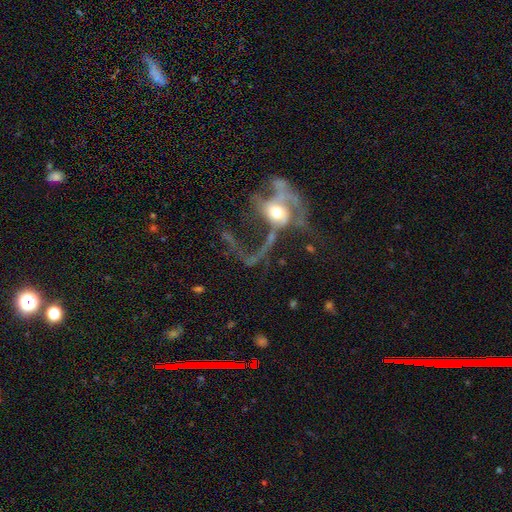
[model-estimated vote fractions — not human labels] smooth-or-featured: featured or disk: 76% | smooth: 13% | star or artifact: 11%
  disk-edge-on: no: 94% | yes: 6%
    bar: no: 62% | weak: 24% | strong: 13%
    has-spiral-arms: yes: 76% | no: 24%
      spiral-winding: loose: 66% | medium: 26% | tight: 8%
      spiral-arm-count: 2: 45% | 1: 22% | can't tell: 15% | 3: 9% | 4: 4% | more than 4: 4%
    bulge-size: moderate: 63% | small: 21% | large: 12% | none: 2% | dominant: 2%
  merging: major disturbance: 53% | none: 23% | merger: 13% | minor disturbance: 12%